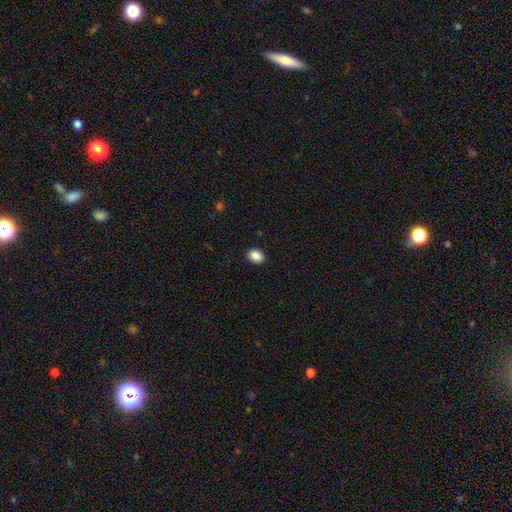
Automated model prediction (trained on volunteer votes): Smooth or featured?
  - smooth: 88% *
  - star or artifact: 8%
  - featured or disk: 3%
How rounded?
  - in between: 72% *
  - round: 27%
  - cigar-shaped: 1%
Merging?
  - none: 89% *
  - minor disturbance: 8%
  - major disturbance: 2%
  - merger: 1%